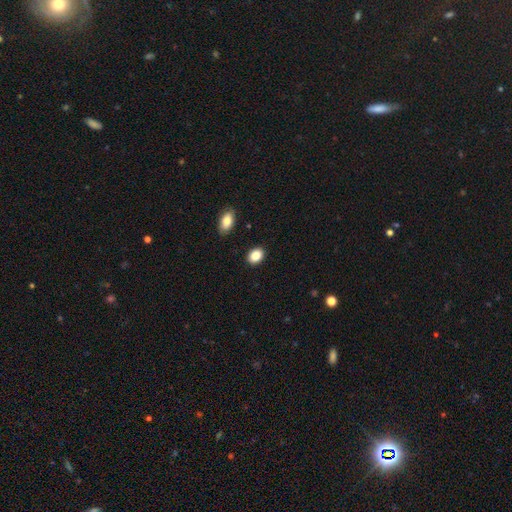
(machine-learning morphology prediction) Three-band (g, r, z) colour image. It shows a smooth galaxy with no disk features (87%) that is in between round and cigar-shaped (73%). Merging: none (89%).